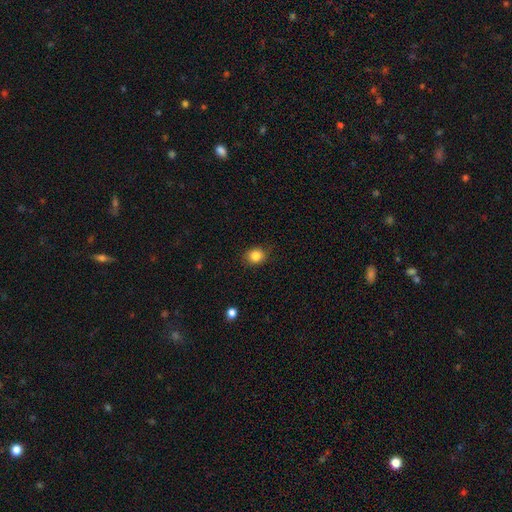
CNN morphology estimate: Overall: smooth (84%). How rounded: round (66%; in between 33%). Merging: none (85%).